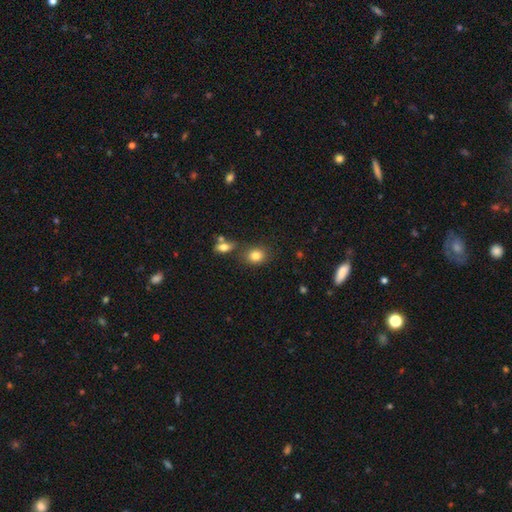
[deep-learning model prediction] A smooth galaxy with no disk features (82%) that is round (50%). Merging: none (72%).